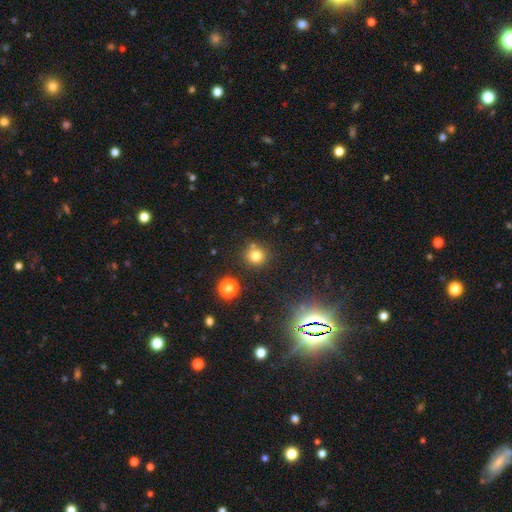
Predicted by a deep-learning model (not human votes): Overall: smooth (77%). How rounded: round (90%). Merging: none (77%).